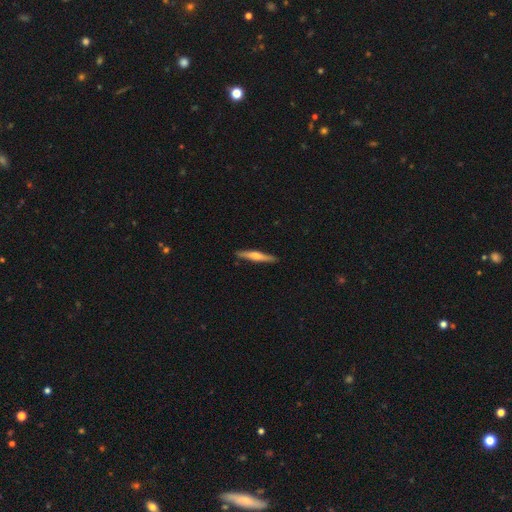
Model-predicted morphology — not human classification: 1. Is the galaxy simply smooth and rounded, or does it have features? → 55% featured or disk, 39% smooth, 5% star or artifact.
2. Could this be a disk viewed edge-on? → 97% yes, 3% no.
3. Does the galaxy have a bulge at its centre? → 79% rounded, 11% none, 9% boxy.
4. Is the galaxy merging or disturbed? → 90% none, 7% minor disturbance, 1% major disturbance, 1% merger.